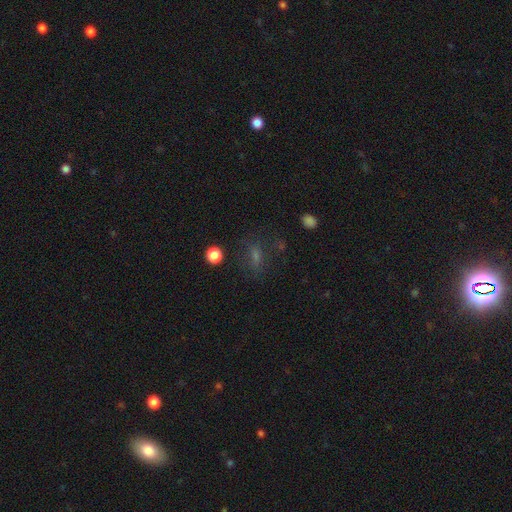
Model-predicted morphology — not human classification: Smooth or featured: smooth — 51% (star or artifact — 29%)
How rounded: in between — 60% (round — 24%)
Merging: none — 68% (minor disturbance — 16%)